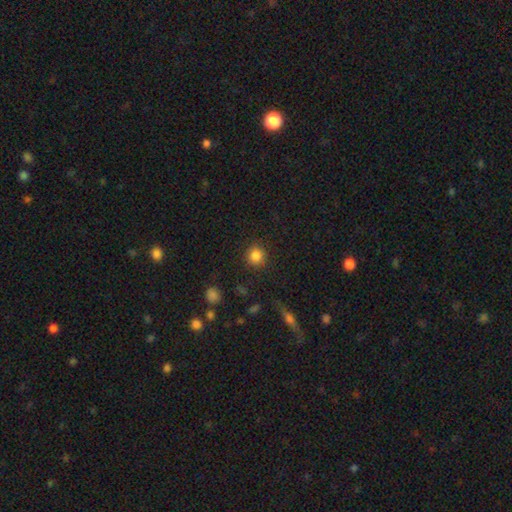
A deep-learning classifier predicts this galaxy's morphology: This appears to be a smooth galaxy with no disk features (84%) that is round (91%). Merging: none (90%).